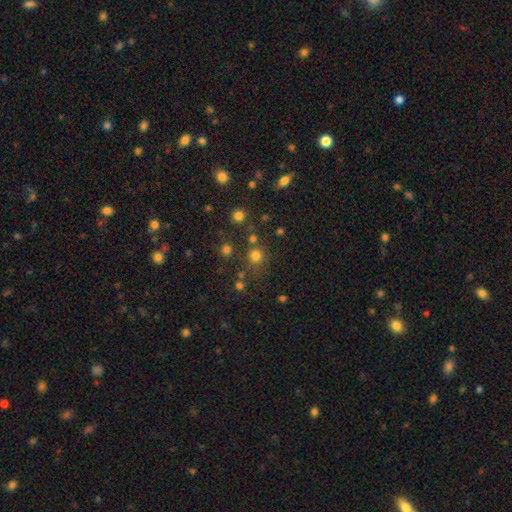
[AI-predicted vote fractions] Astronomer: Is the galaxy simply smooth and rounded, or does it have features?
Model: smooth — 75%.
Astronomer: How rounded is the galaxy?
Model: round — 90%.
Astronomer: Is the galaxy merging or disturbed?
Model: none — 75%.